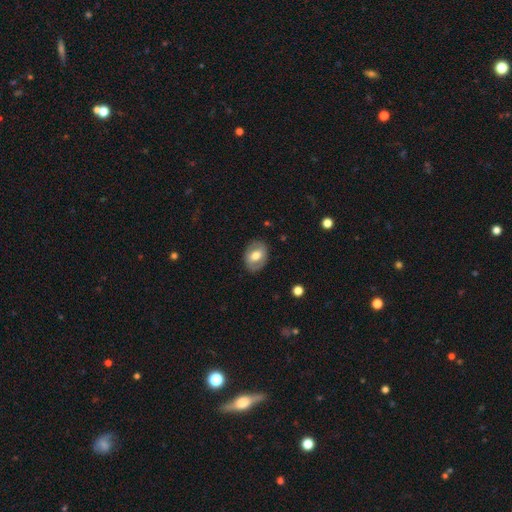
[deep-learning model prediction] smooth 58%, featured or disk 36%, star or artifact 7%. Down the decision tree: how rounded — in between (70%); merging — none (81%).